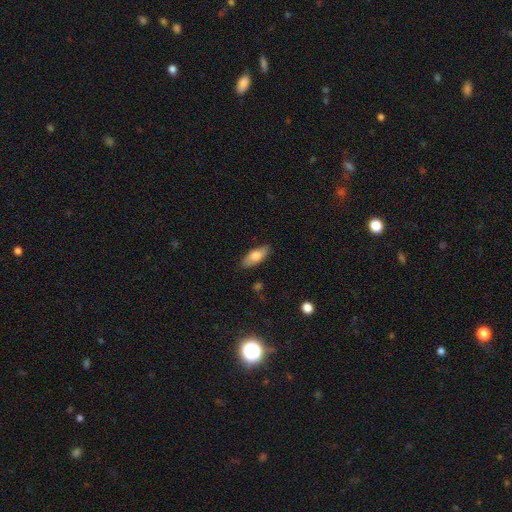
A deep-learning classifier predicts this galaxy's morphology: Smooth or featured? smooth (76%)
How rounded? in between (79%)
Merging? none (85%)